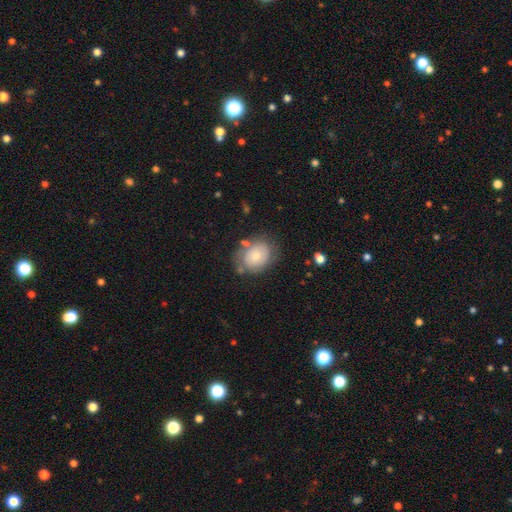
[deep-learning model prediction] A smooth galaxy with no disk features (65%) that is in between round and cigar-shaped (58%). Merging: none (67%).